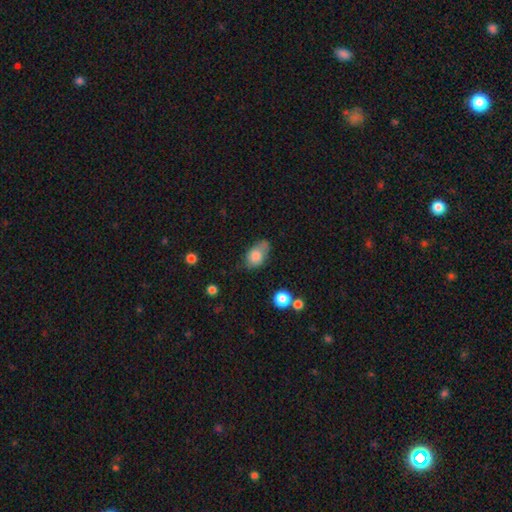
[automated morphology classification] Smooth or featured?
  - smooth: 79% *
  - featured or disk: 12%
  - star or artifact: 8%
How rounded?
  - in between: 82% *
  - round: 15%
  - cigar-shaped: 2%
Merging?
  - none: 45% *
  - minor disturbance: 36%
  - major disturbance: 12%
  - merger: 7%